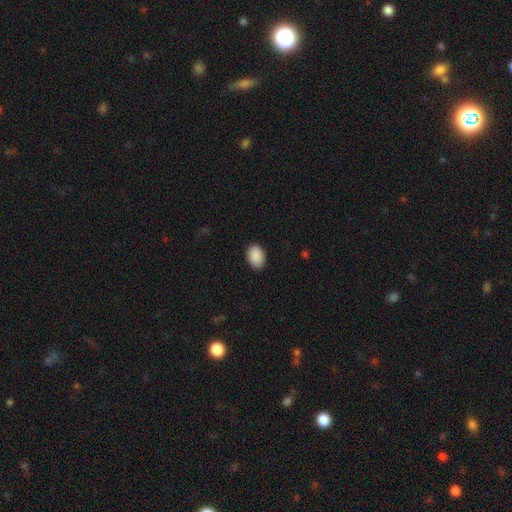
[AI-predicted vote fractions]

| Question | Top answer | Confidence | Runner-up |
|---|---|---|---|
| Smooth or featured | smooth | 91% | star or artifact (7%) |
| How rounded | in between | 81% | round (18%) |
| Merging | none | 88% | minor disturbance (9%) |